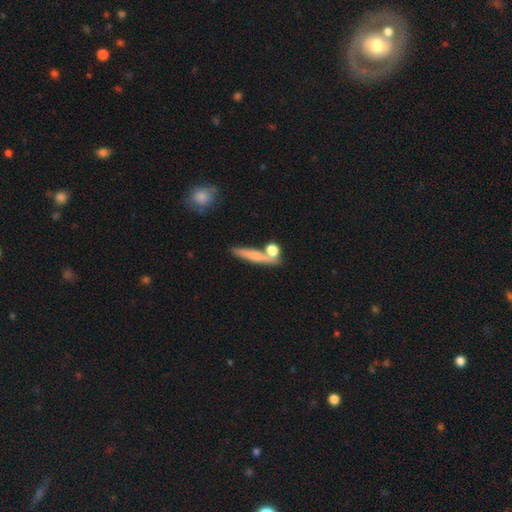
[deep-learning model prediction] Smooth or featured? Predicted: smooth (p=0.64). How rounded? Predicted: cigar-shaped (p=0.72). Merging? Predicted: none (p=0.68).